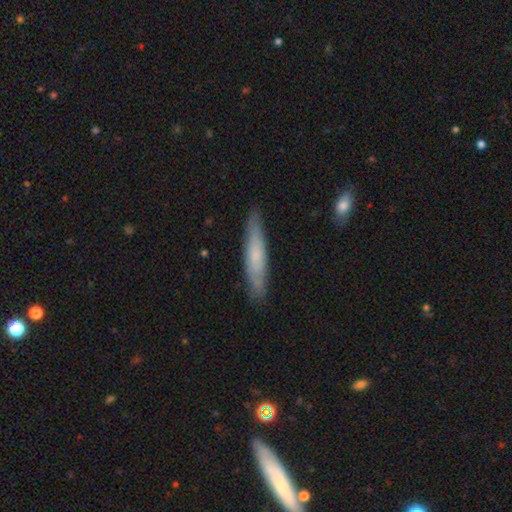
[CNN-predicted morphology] A smooth galaxy with no disk features (59%) that is cigar-shaped (91%).

Vote fractions:
- Smooth or featured? smooth: 59% / featured or disk: 35% / star or artifact: 6%
- How rounded? cigar-shaped: 91% / in between: 8% / round: 1%
- Merging? none: 85% / minor disturbance: 11% / major disturbance: 2% / merger: 1%